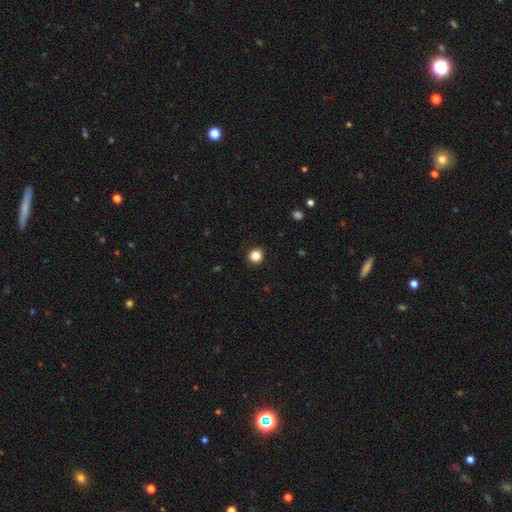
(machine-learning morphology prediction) Smooth or featured?
  - smooth: 86% *
  - star or artifact: 11%
  - featured or disk: 3%
How rounded?
  - round: 92% *
  - in between: 7%
  - cigar-shaped: 1%
Merging?
  - none: 93% *
  - minor disturbance: 5%
  - major disturbance: 2%
  - merger: 1%